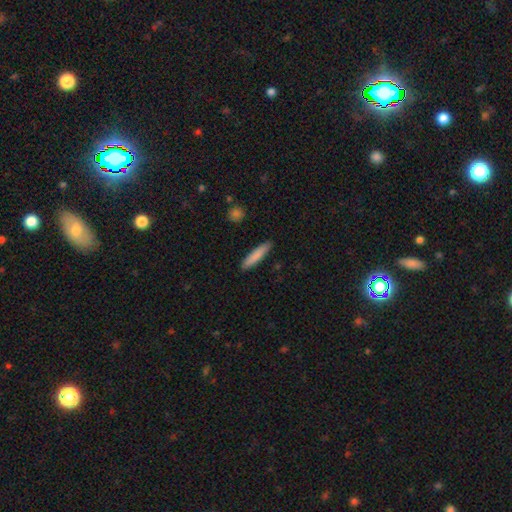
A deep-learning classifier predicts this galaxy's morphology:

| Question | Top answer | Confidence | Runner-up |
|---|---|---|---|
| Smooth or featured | smooth | 84% | featured or disk (11%) |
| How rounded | cigar-shaped | 86% | in between (12%) |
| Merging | none | 89% | minor disturbance (8%) |